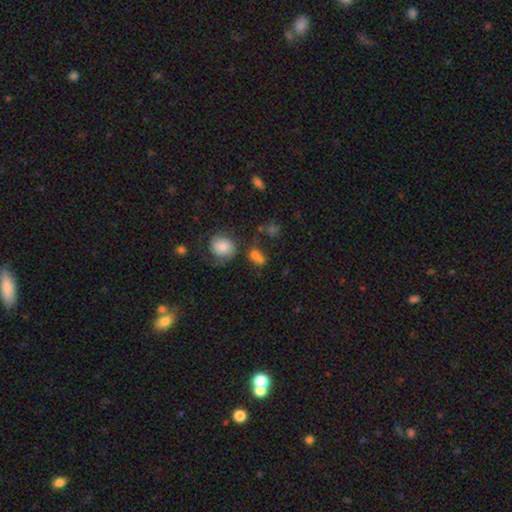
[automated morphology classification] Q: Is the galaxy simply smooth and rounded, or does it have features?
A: smooth — 72%.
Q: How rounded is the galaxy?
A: in between — 49%.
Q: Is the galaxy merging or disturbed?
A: none — 44%.